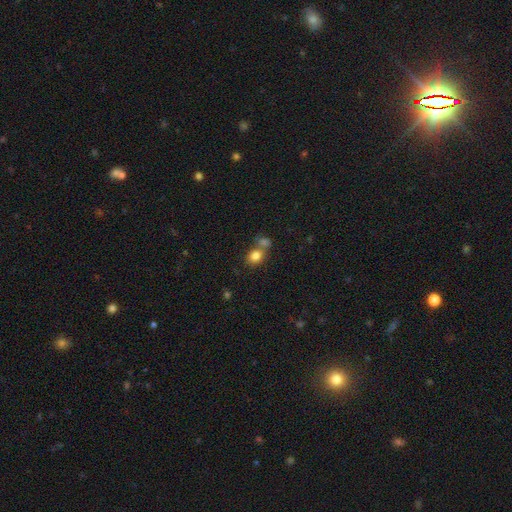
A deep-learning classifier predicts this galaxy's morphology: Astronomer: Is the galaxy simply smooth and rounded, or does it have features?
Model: smooth — 81%.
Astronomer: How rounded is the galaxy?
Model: round — 54% (runner-up: in between, 45%).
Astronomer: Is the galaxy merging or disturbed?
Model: none — 48% (runner-up: merger, 38%).